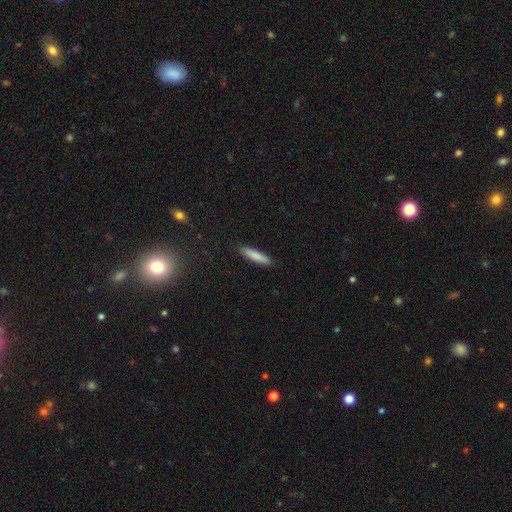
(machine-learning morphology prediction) Q: Smooth or featured?
A: smooth (84%); runner-up: featured or disk (10%)
Q: How rounded?
A: cigar-shaped (85%); runner-up: in between (13%)
Q: Merging?
A: none (90%); runner-up: minor disturbance (7%)